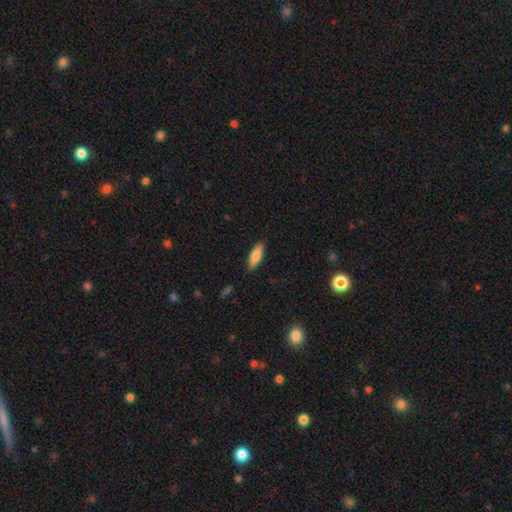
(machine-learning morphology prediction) Smooth or featured? smooth (80%)
How rounded? in between (52%)
Merging? none (86%)